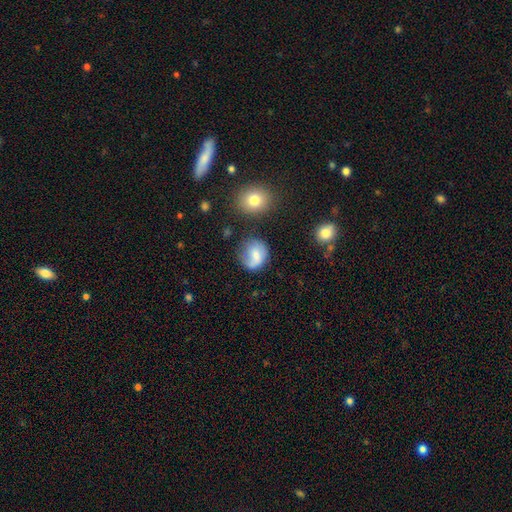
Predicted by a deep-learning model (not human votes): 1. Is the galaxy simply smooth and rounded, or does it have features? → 63% smooth, 28% featured or disk, 10% star or artifact.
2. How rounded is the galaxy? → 77% round, 22% in between, 1% cigar-shaped.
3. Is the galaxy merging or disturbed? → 54% none, 24% minor disturbance, 15% major disturbance, 7% merger.